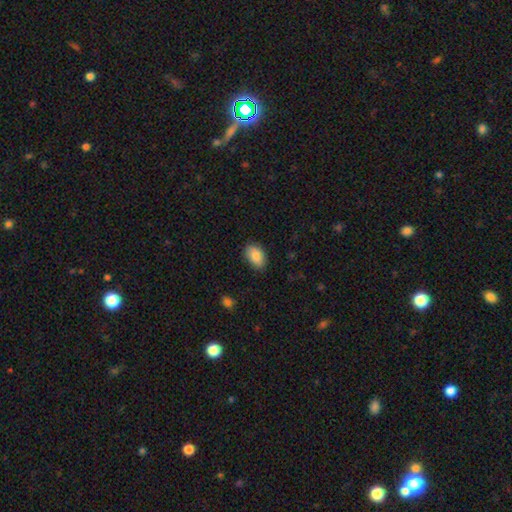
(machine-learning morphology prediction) smooth_or_featured: smooth (p=0.87) [alt: star or artifact p=0.07]
how_rounded: in between (p=0.89) [alt: round p=0.09]
merging: none (p=0.85) [alt: minor disturbance p=0.12]